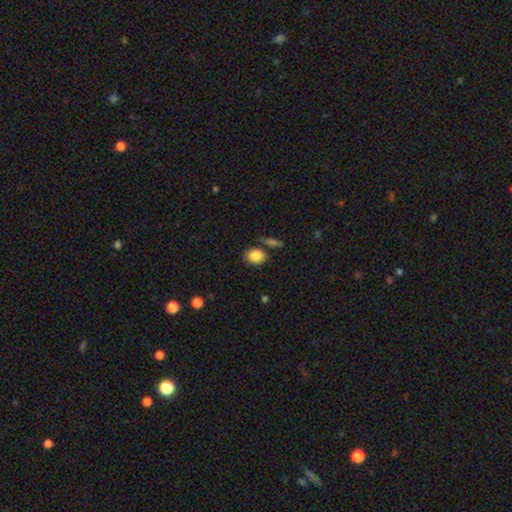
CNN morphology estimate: Smooth or featured? smooth (86%)
How rounded? in between (57%)
Merging? none (73%)